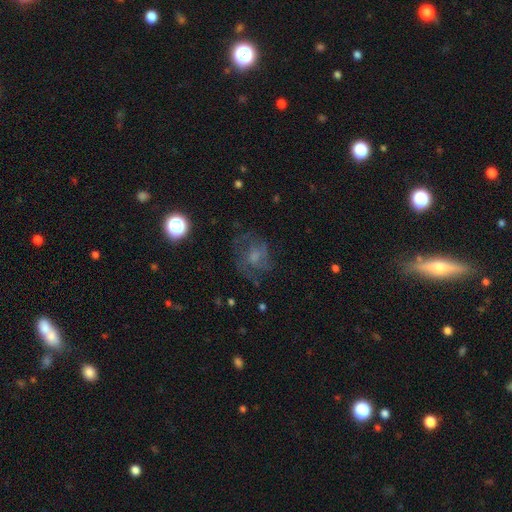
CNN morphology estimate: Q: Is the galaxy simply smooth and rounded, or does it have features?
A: featured or disk — 49%.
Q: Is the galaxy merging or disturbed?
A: none — 60%.